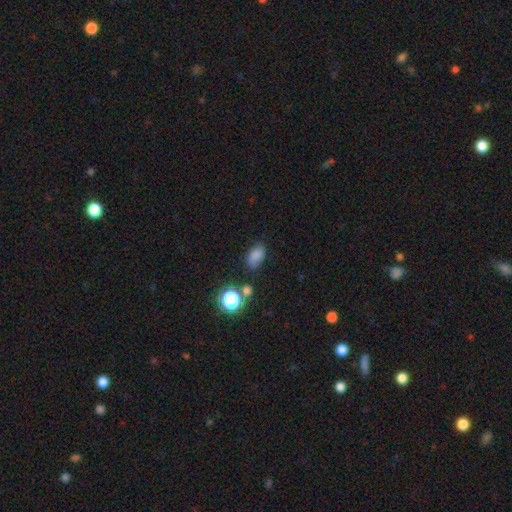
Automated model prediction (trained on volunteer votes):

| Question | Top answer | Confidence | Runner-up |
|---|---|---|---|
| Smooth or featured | smooth | 77% | star or artifact (15%) |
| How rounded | in between | 86% | round (12%) |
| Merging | none | 73% | minor disturbance (18%) |